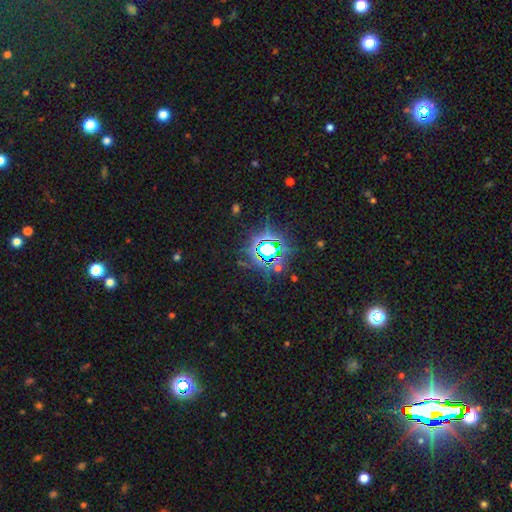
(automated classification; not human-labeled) This appears to be a star or artifact, not a galaxy (82%).